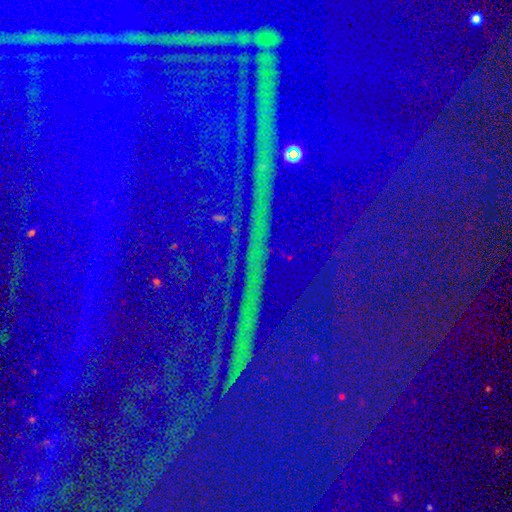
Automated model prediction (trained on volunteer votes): Smooth or featured?
  - star or artifact: 87% *
  - featured or disk: 7%
  - smooth: 6%